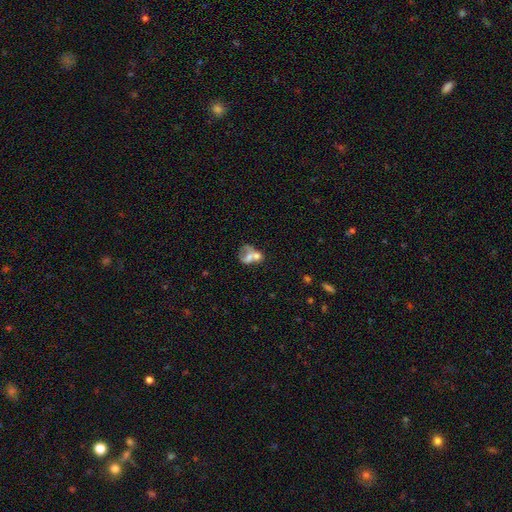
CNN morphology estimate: smooth-or-featured: smooth: 53% | featured or disk: 36% | star or artifact: 12%
  how-rounded: in between: 60% | round: 39% | cigar-shaped: 2%
  merging: merger: 60% | none: 17% | major disturbance: 14% | minor disturbance: 9%